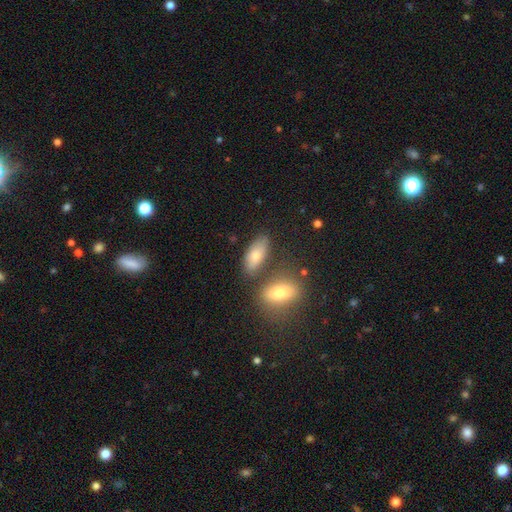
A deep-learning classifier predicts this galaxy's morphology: Smooth or featured? Predicted: smooth (p=0.77). How rounded? Predicted: in between (p=0.86). Merging? Predicted: none (p=0.64).